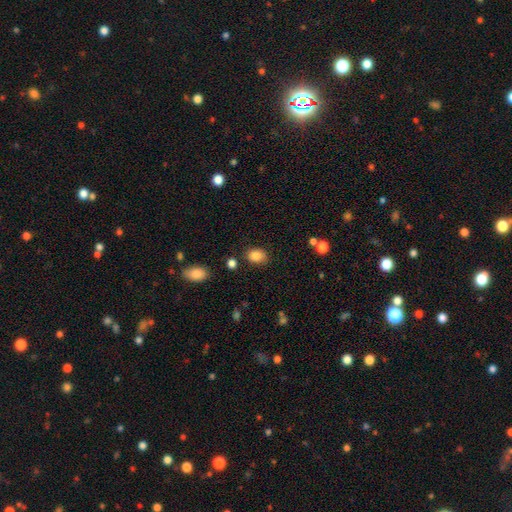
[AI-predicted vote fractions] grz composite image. It shows a smooth galaxy with no disk features (87%) that is in between round and cigar-shaped (62%). Merging: none (80%).